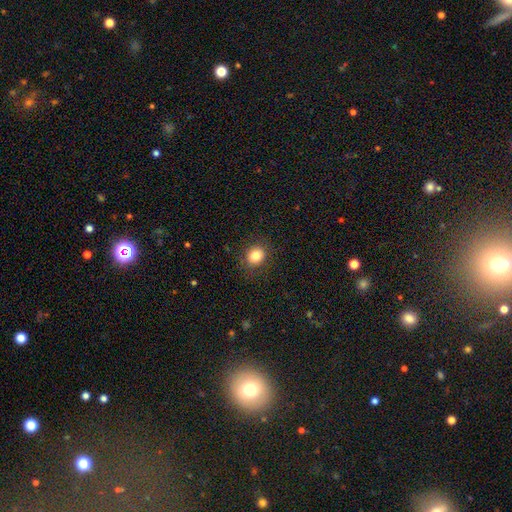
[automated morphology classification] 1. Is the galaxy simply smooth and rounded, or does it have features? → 83% smooth, 11% star or artifact, 7% featured or disk.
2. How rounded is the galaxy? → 69% round, 30% in between, 1% cigar-shaped.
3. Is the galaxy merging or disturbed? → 87% none, 9% minor disturbance, 3% major disturbance, 1% merger.